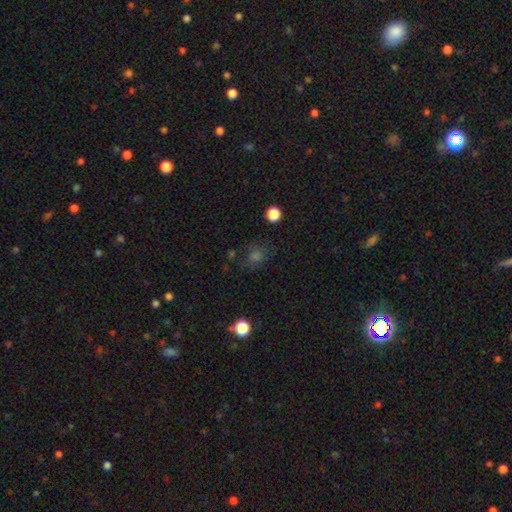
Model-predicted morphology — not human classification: smooth-or-featured: smooth: 56% | star or artifact: 34% | featured or disk: 10%
  how-rounded: round: 67% | in between: 31% | cigar-shaped: 2%
  merging: none: 75% | minor disturbance: 15% | major disturbance: 7% | merger: 3%